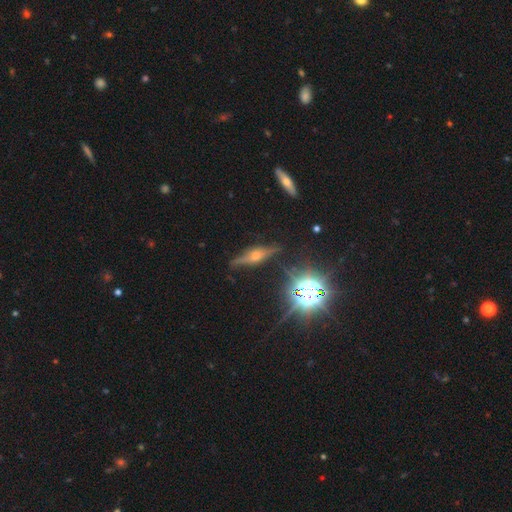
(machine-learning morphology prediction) smooth_or_featured: featured or disk (p=0.67) [alt: star or artifact p=0.18]
disk_edge_on: yes (p=0.94) [alt: no p=0.06]
edge_on_bulge: rounded (p=0.86) [alt: boxy p=0.11]
merging: none (p=0.80) [alt: minor disturbance p=0.14]